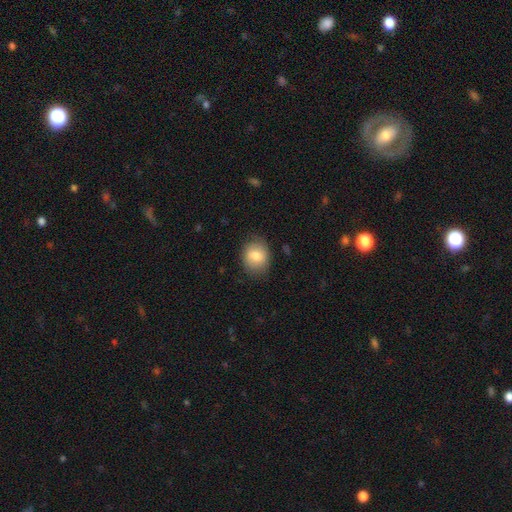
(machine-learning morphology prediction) smooth 80%, featured or disk 12%, star or artifact 8%. Down the decision tree: how rounded — round (61%); merging — none (80%).